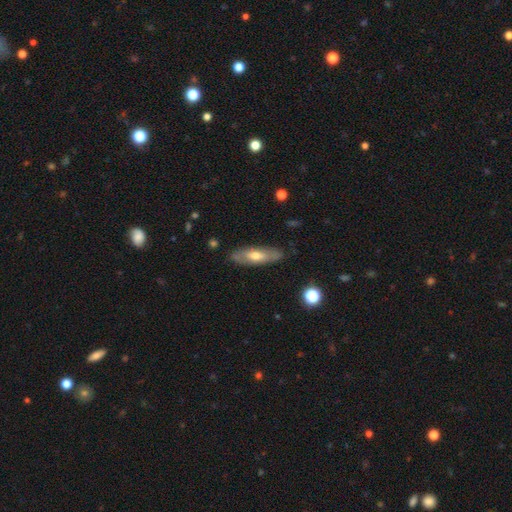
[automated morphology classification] Smooth or featured: smooth — 48% (featured or disk — 46%)
Merging: none — 84% (minor disturbance — 12%)